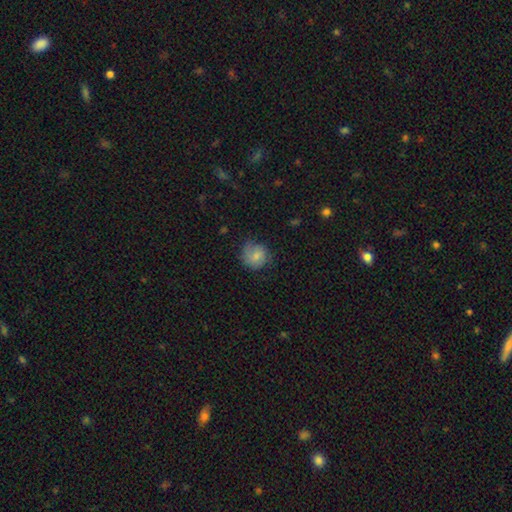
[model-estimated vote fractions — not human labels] smooth 72%, featured or disk 21%, star or artifact 7%. Down the decision tree: how rounded — round (81%); merging — none (59%).